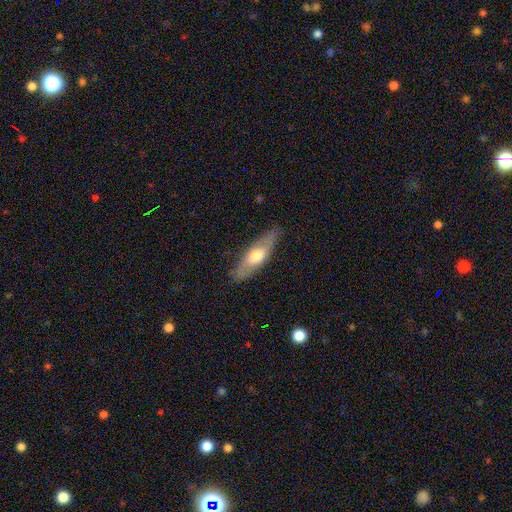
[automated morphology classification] smooth_or_featured: smooth (p=0.55) [alt: featured or disk p=0.40]
how_rounded: cigar-shaped (p=0.50) [alt: in between p=0.48]
merging: none (p=0.79) [alt: minor disturbance p=0.16]